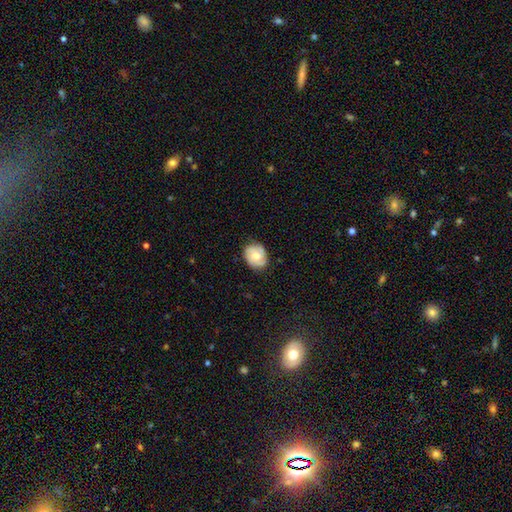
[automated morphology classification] A featured or disk galaxy (55%) with no bar (70%), spiral arms (88%) and a moderate central bulge (65%).

Vote fractions:
- Smooth or featured? featured or disk: 55% / smooth: 38% / star or artifact: 7%
- Edge-on disk? no: 97% / yes: 3%
- Bar? no: 70% / weak: 26% / strong: 4%
- Spiral arms? yes: 88% / no: 12%
- Bulge size? moderate: 65% / small: 25% / large: 7% / none: 2% / dominant: 1%
- Merging? none: 77% / minor disturbance: 18% / major disturbance: 4% / merger: 1%